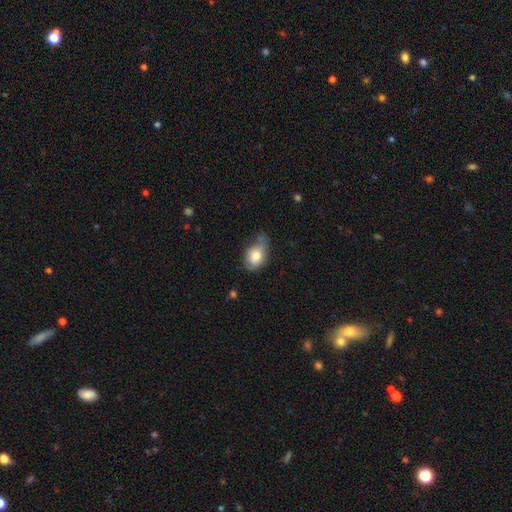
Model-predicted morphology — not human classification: smooth_or_featured: smooth (p=0.78) [alt: featured or disk p=0.14]
how_rounded: in between (p=0.80) [alt: round p=0.18]
merging: minor disturbance (p=0.44) [alt: none p=0.34]